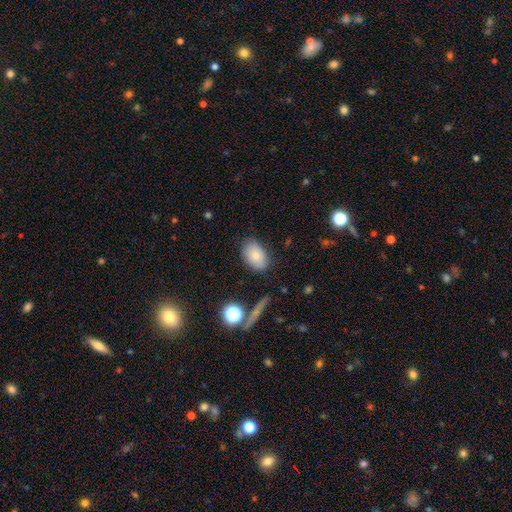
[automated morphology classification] Overall: smooth (78%). How rounded: in between (87%). Merging: none (79%).